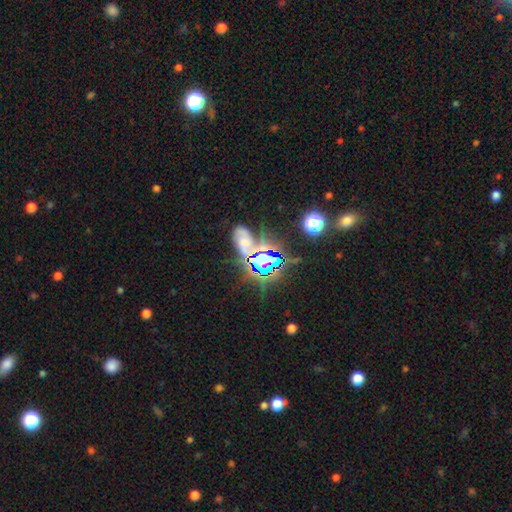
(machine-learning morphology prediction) This is likely a star or artifact rather than a galaxy (77%).